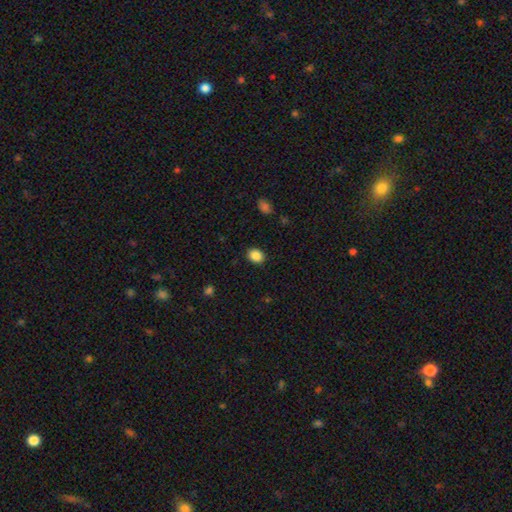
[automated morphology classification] smooth 88%, star or artifact 9%, featured or disk 4%. Down the decision tree: how rounded — in between (65%); merging — none (89%).